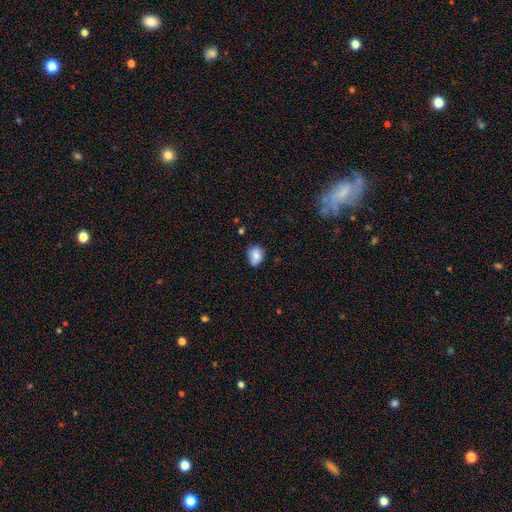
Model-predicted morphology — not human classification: Overall: smooth (83%). How rounded: in between (61%; round 38%). Merging: none (67%).